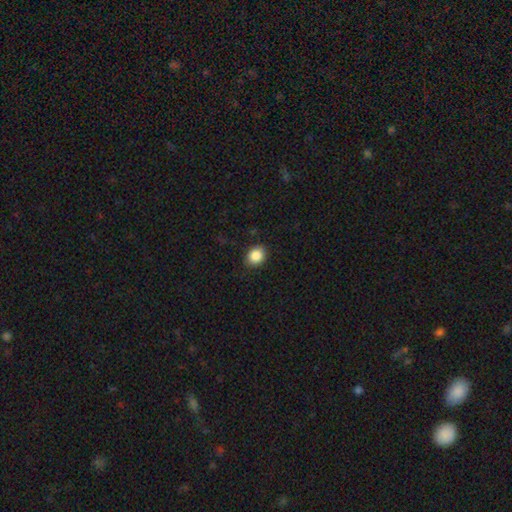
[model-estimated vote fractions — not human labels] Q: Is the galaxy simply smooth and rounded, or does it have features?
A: smooth — 87%.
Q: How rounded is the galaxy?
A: round — 52%.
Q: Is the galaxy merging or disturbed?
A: none — 88%.